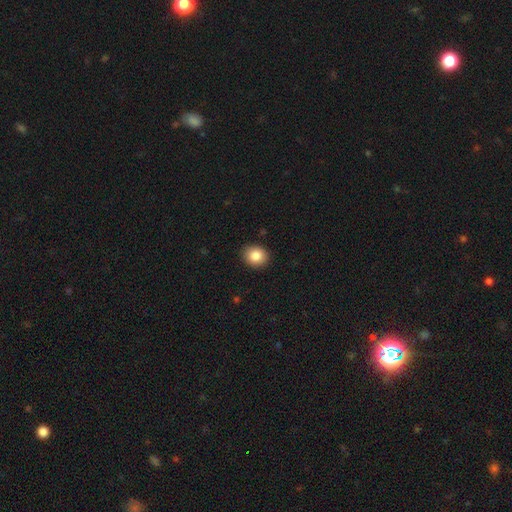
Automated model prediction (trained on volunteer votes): Overall: smooth (86%). How rounded: round (62%; in between 37%). Merging: none (90%).